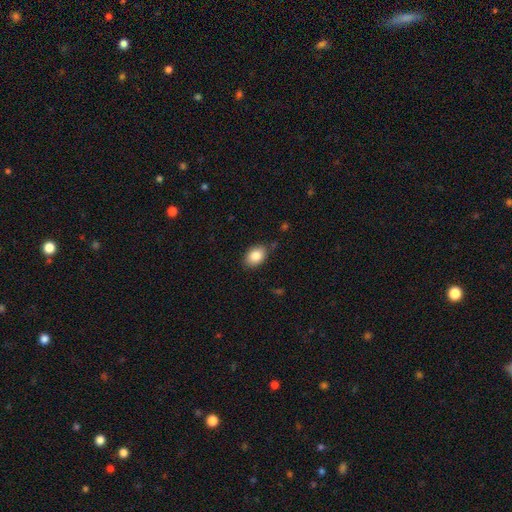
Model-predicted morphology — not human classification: smooth 85%, star or artifact 8%, featured or disk 7%. Down the decision tree: how rounded — in between (80%); merging — none (81%).